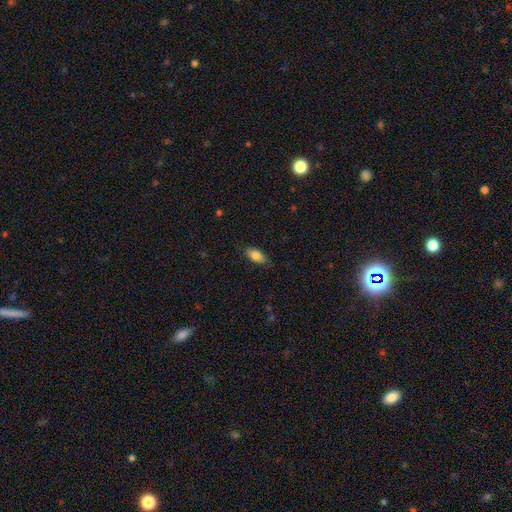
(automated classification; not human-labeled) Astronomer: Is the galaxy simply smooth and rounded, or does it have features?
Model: smooth — 83%.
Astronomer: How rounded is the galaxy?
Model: in between — 90%.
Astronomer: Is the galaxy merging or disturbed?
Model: none — 81%.